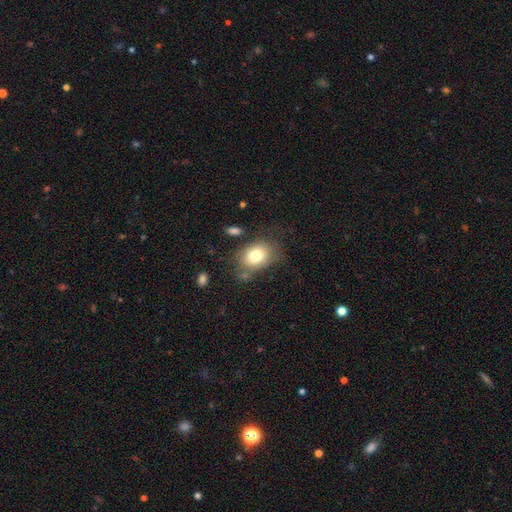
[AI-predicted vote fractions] smooth 76%, featured or disk 15%, star or artifact 10%. Down the decision tree: how rounded — in between (69%); merging — none (62%).